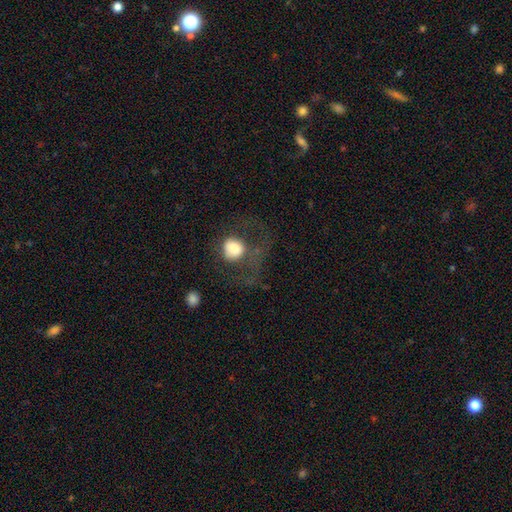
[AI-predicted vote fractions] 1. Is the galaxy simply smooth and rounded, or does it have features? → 44% smooth, 28% featured or disk, 28% star or artifact.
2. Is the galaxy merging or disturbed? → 50% none, 31% major disturbance, 15% minor disturbance, 4% merger.